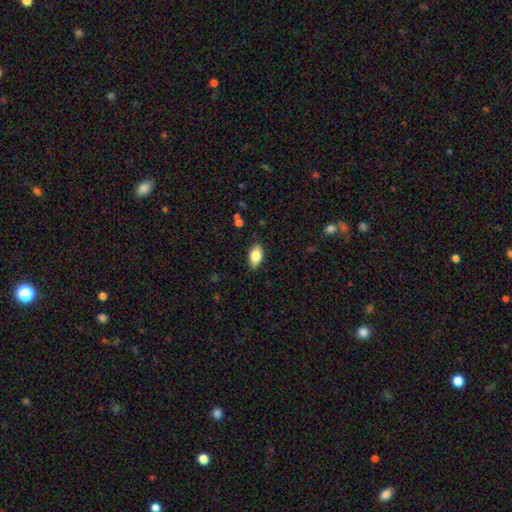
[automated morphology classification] Smooth or featured: smooth — 81% (featured or disk — 12%)
How rounded: in between — 91% (round — 6%)
Merging: none — 86% (minor disturbance — 11%)